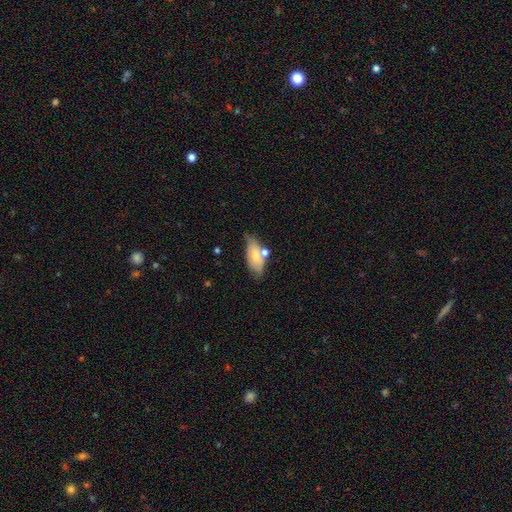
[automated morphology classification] Q: Smooth or featured?
A: smooth (66%); runner-up: featured or disk (27%)
Q: How rounded?
A: in between (81%); runner-up: cigar-shaped (15%)
Q: Merging?
A: none (52%); runner-up: minor disturbance (24%)